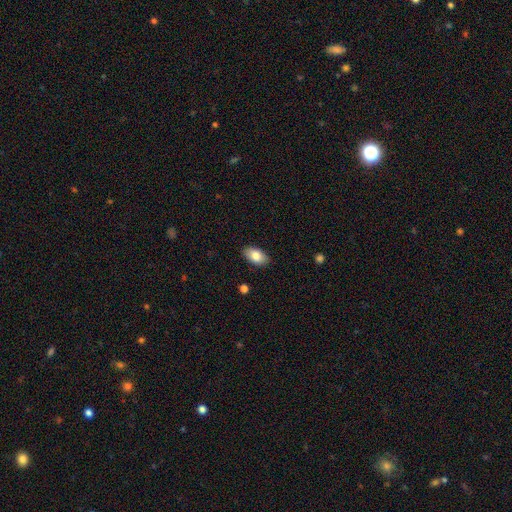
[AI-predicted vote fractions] Smooth or featured? Predicted: smooth (p=0.83). How rounded? Predicted: in between (p=0.93). Merging? Predicted: none (p=0.88).